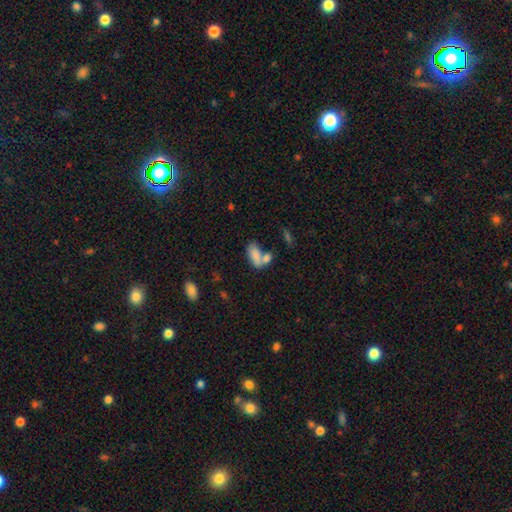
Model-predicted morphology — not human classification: smooth 79%, featured or disk 13%, star or artifact 9%. Down the decision tree: how rounded — in between (89%); merging — merger (52%).